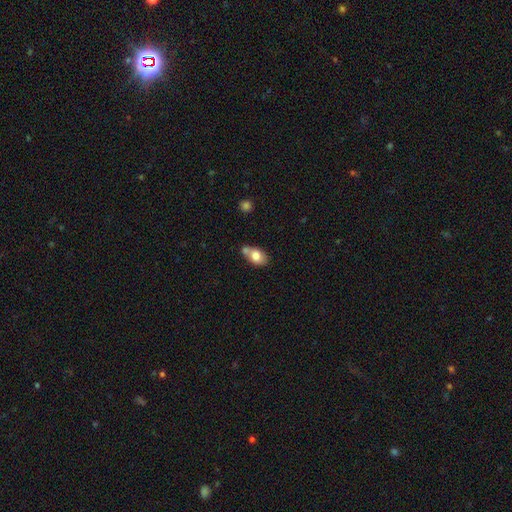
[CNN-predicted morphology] This appears to be a smooth galaxy with no disk features (77%) that is in between round and cigar-shaped (81%). Merging: none (42%).